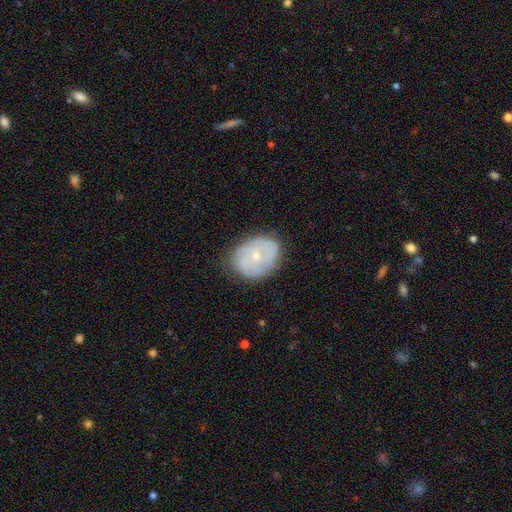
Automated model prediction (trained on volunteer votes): The model was most divided on "smooth or featured": featured or disk: 59%, smooth: 32%, star or artifact: 9%. More confident: edge-on disk — no (96%); bar — no (79%); merging — none (73%); spiral arms — yes (68%); bulge size — small (67%).